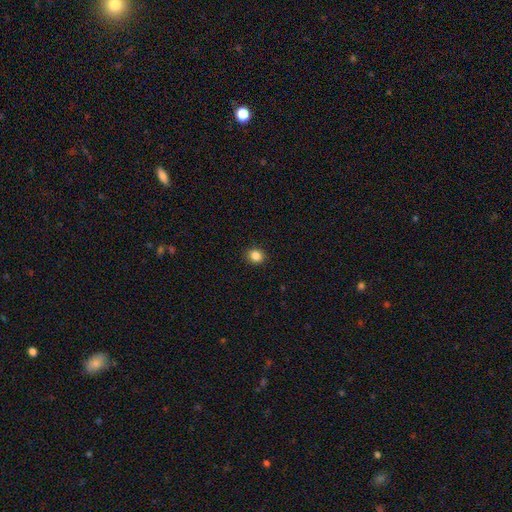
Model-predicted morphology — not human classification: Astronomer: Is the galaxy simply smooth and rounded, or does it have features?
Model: smooth — 86%.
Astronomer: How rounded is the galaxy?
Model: round — 70%.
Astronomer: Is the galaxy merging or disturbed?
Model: none — 91%.